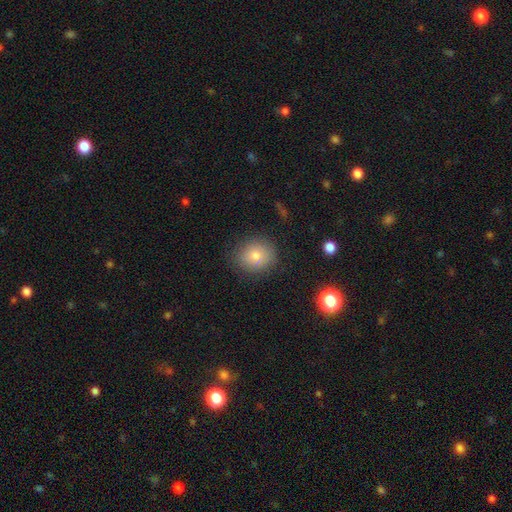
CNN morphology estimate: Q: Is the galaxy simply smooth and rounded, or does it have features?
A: smooth — 76%.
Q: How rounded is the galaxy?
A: round — 77%.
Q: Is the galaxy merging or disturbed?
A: none — 84%.